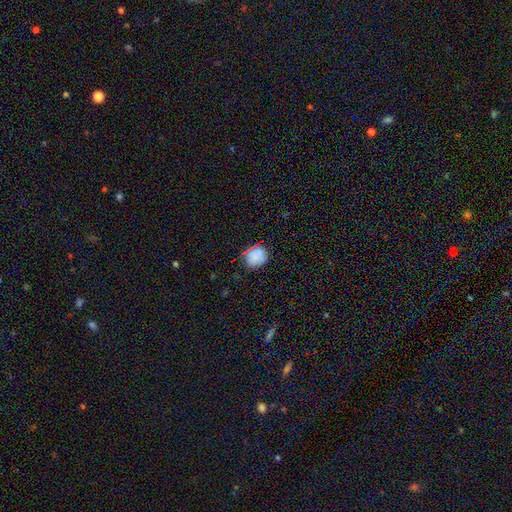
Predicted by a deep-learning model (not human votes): Smooth or featured: smooth — 78% (star or artifact — 14%)
How rounded: round — 82% (in between — 17%)
Merging: none — 77% (minor disturbance — 17%)